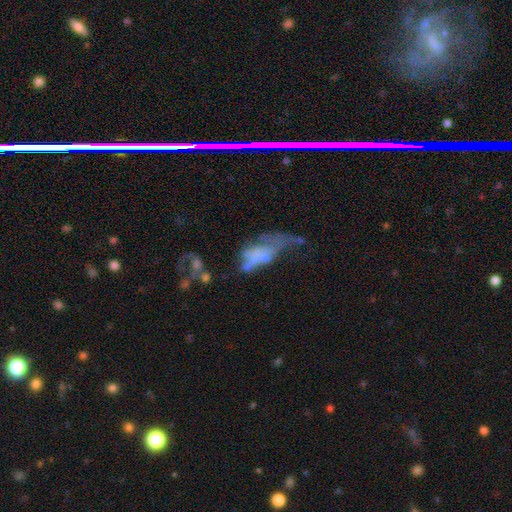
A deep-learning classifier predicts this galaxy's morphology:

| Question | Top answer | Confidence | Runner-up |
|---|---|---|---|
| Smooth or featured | featured or disk | 48% | smooth (35%) |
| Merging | major disturbance | 45% | merger (23%) |